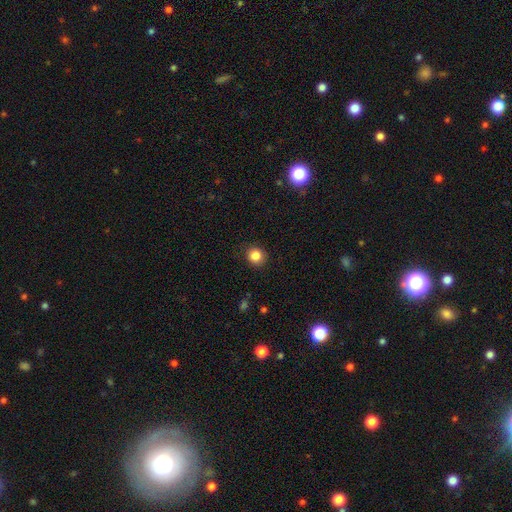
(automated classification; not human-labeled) The model was most divided on "smooth or featured": smooth: 84%, star or artifact: 11%, featured or disk: 5%. More confident: merging — none (88%); how rounded — round (88%).